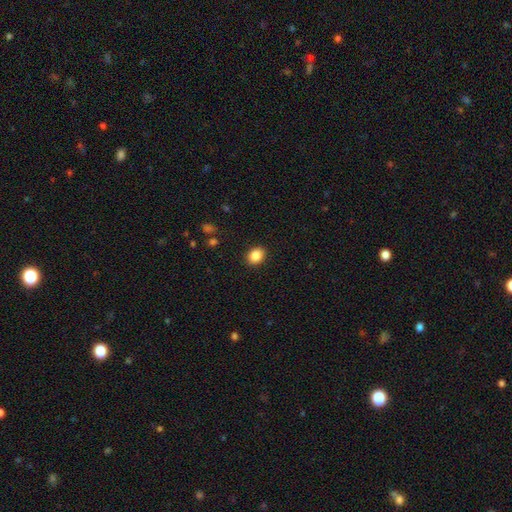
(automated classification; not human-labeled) Smooth or featured?
  - smooth: 86% *
  - star or artifact: 9%
  - featured or disk: 5%
How rounded?
  - in between: 57% *
  - round: 42%
  - cigar-shaped: 1%
Merging?
  - none: 90% *
  - minor disturbance: 7%
  - major disturbance: 2%
  - merger: 1%